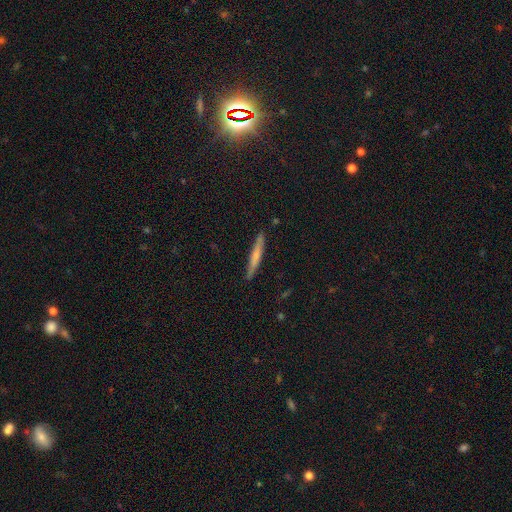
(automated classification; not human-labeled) Morphology: type=smooth (57%); roundness=cigar-shaped (95%); merging=none (89%).